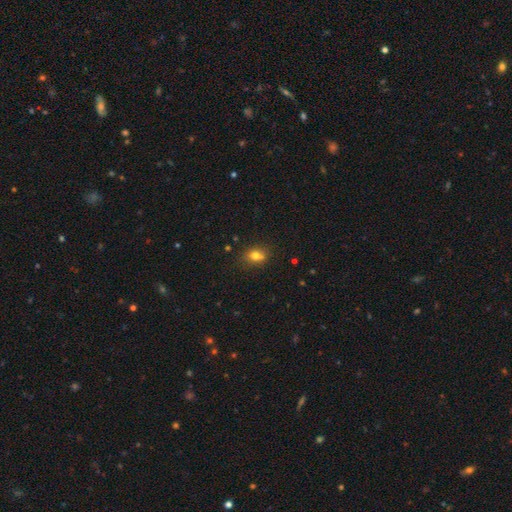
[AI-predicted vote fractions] smooth_or_featured: smooth (p=0.76) [alt: star or artifact p=0.13]
how_rounded: in between (p=0.53) [alt: round p=0.45]
merging: none (p=0.65) [alt: minor disturbance p=0.20]